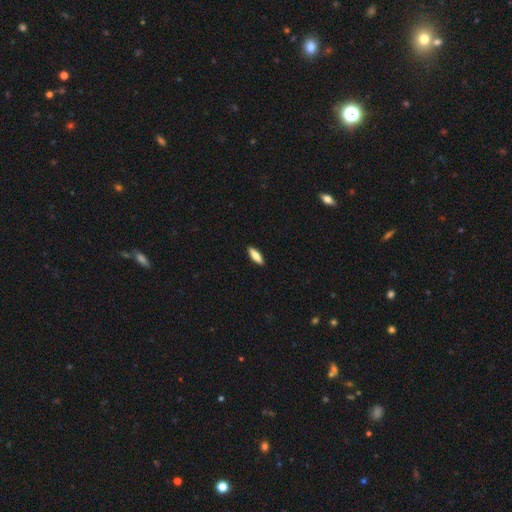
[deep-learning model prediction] Smooth or featured? smooth (81%)
How rounded? in between (51%)
Merging? none (91%)